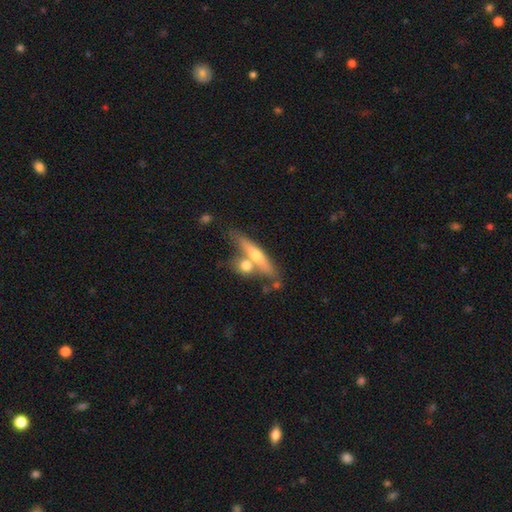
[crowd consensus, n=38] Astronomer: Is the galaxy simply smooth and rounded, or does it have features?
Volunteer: smooth — 47%, tied with featured or disk at 47%.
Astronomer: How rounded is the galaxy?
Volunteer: cigar-shaped — 100%.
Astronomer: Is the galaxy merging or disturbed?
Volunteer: merger — 50% (runner-up: none, 42%).